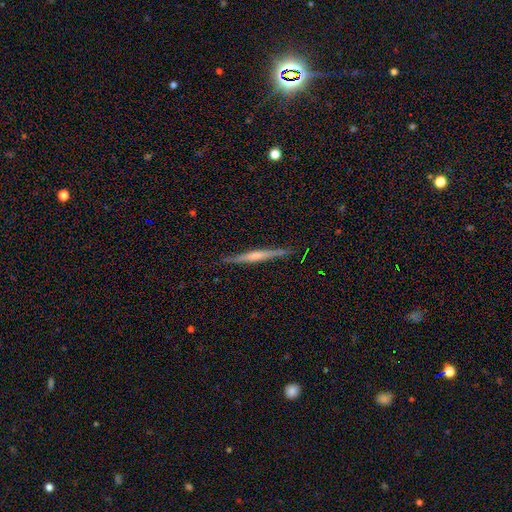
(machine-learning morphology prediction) A featured or disk galaxy (65%) viewed edge-on (98%) with a rounded central bulge (48%). Merging: none (88%).